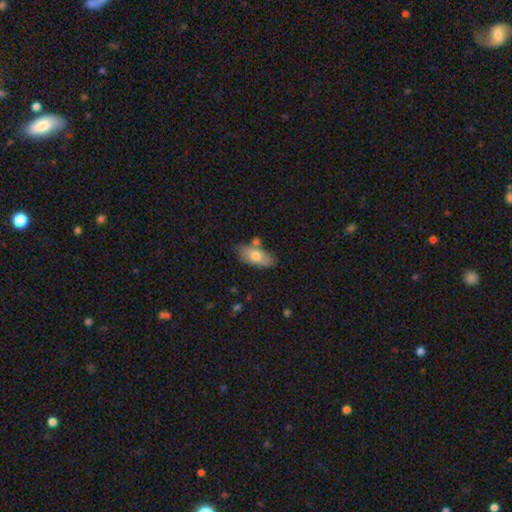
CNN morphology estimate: Overall: smooth (73%). How rounded: in between (87%). Merging: none (66%).